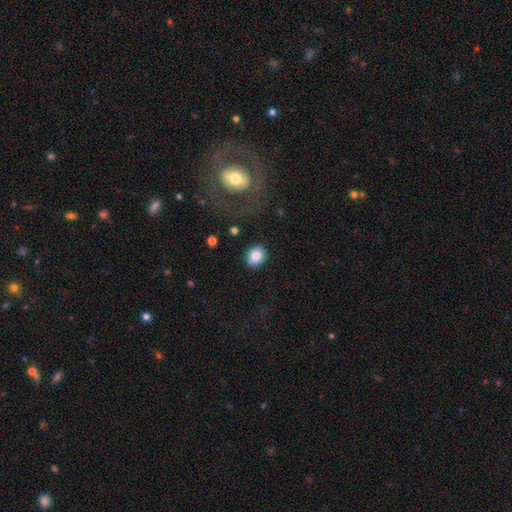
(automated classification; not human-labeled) This is clearly a smooth galaxy (84%). How rounded: possibly in between (54%). Merging: clearly none (87%).